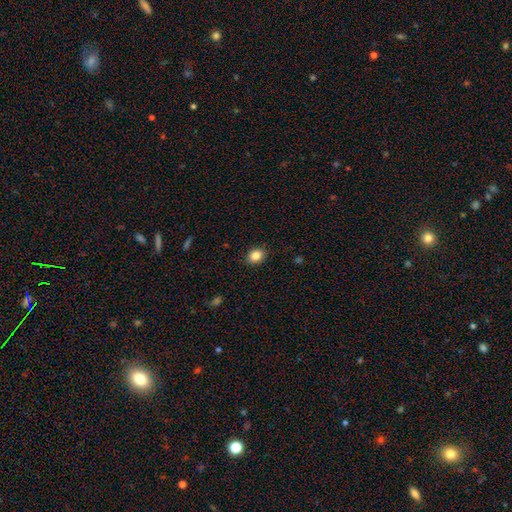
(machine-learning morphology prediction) smooth-or-featured: smooth: 86% | star or artifact: 9% | featured or disk: 5%
  how-rounded: in between: 54% | round: 45% | cigar-shaped: 1%
  merging: none: 88% | minor disturbance: 9% | major disturbance: 2% | merger: 1%